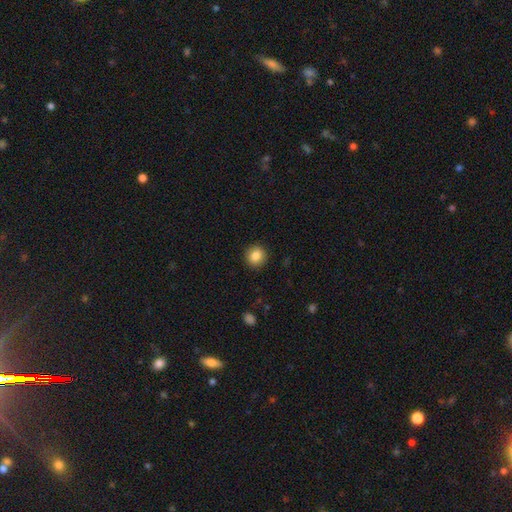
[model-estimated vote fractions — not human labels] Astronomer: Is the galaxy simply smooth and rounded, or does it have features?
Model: smooth — 85%.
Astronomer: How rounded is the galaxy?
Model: round — 89%.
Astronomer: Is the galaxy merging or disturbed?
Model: none — 92%.